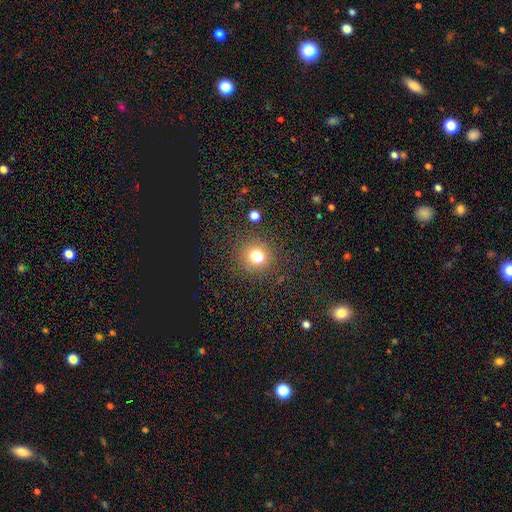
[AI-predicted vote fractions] This appears to be a smooth galaxy with no disk features (73%) that is round (84%). Merging: none (83%).